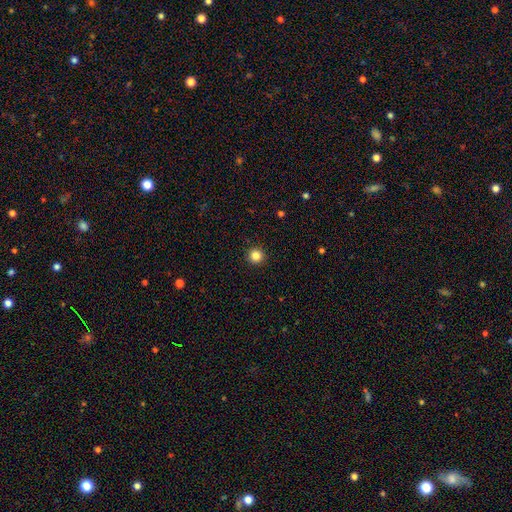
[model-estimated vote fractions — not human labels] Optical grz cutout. It shows a smooth galaxy with no disk features (84%) that is round (96%). Merging: none (93%).